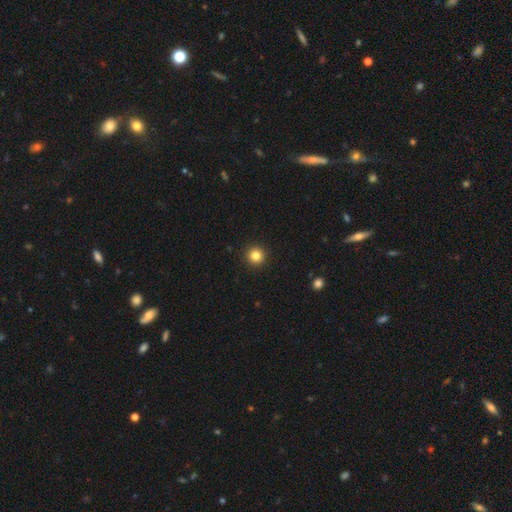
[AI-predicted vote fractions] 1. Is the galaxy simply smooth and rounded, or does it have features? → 83% smooth, 12% star or artifact, 5% featured or disk.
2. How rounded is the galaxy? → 96% round, 3% in between, 1% cigar-shaped.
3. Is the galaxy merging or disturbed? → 94% none, 4% minor disturbance, 1% major disturbance, 1% merger.